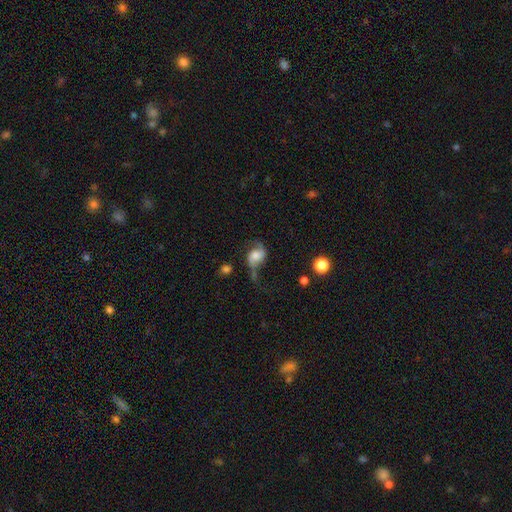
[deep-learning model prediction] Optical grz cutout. It shows a featured or disk galaxy (68%) with no bar (58%), 2 (88%) loose (69%) spiral arms (92%) and a moderate central bulge (39%). Merging: none (46%).